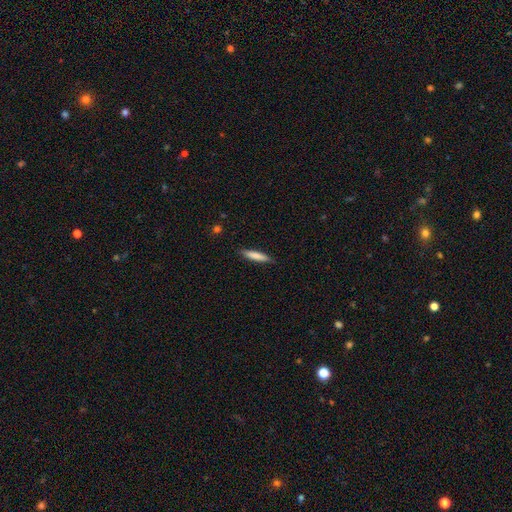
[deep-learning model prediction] The model was most divided on "smooth or featured": smooth: 81%, featured or disk: 13%, star or artifact: 6%. More confident: merging — none (89%); how rounded — cigar-shaped (88%).